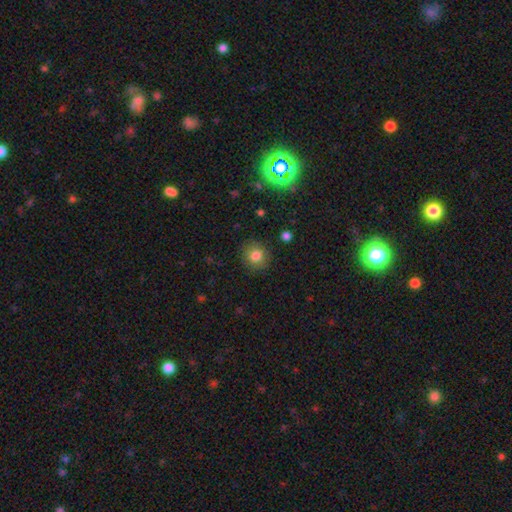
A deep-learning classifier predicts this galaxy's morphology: Smooth or featured: smooth — 80% (star or artifact — 12%)
How rounded: round — 87% (in between — 12%)
Merging: none — 88% (minor disturbance — 8%)